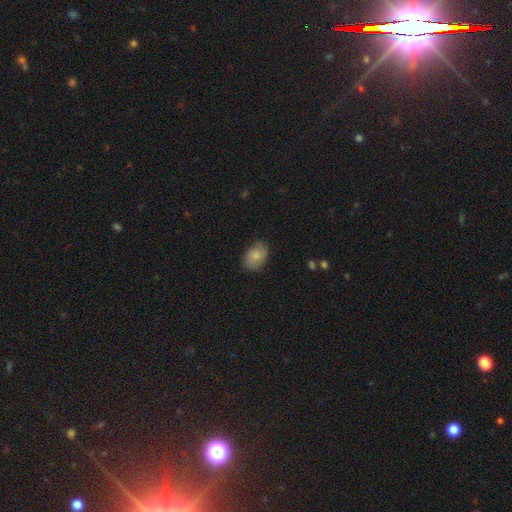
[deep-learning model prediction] The model was most divided on "merging": none: 70%, minor disturbance: 24%, major disturbance: 5%, merger: 1%. More confident: smooth or featured — smooth (78%); how rounded — in between (77%).